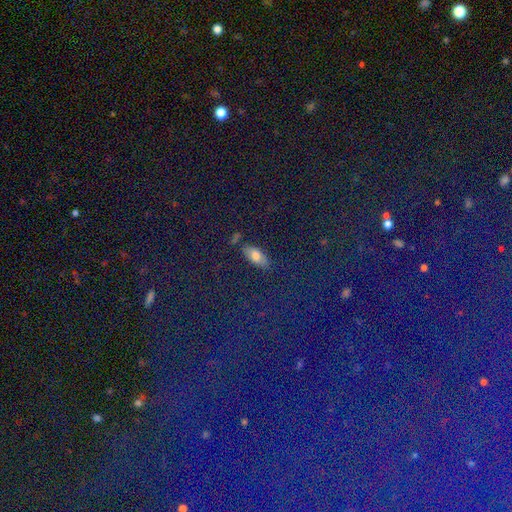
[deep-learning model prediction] This appears to be a smooth galaxy with no disk features (72%) that is in between round and cigar-shaped (84%). Merging: none (82%).